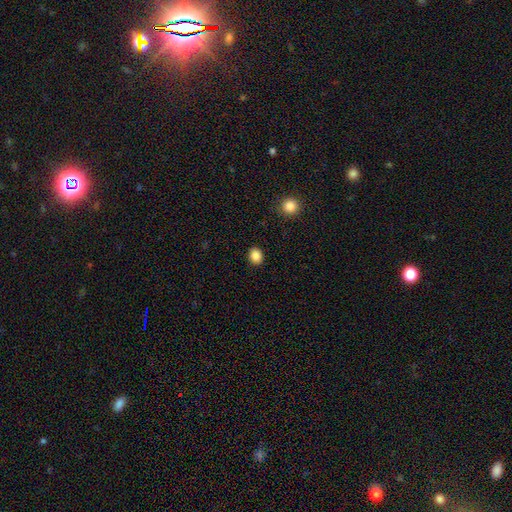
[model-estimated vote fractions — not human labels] Smooth or featured: smooth — 87% (star or artifact — 10%)
How rounded: round — 55% (in between — 45%)
Merging: none — 90% (minor disturbance — 6%)